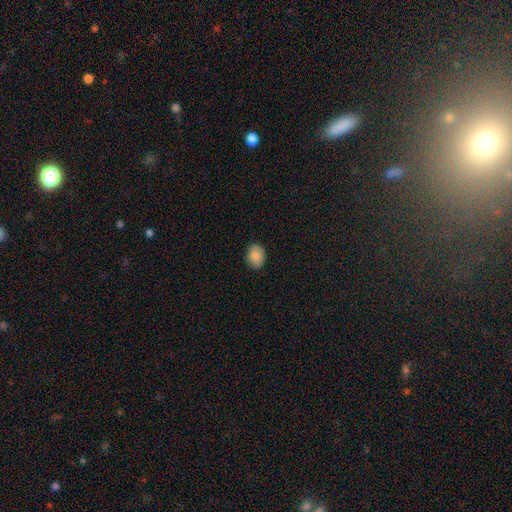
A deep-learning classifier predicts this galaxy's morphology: type=smooth (88%); roundness=in between (69%); merging=none (87%).